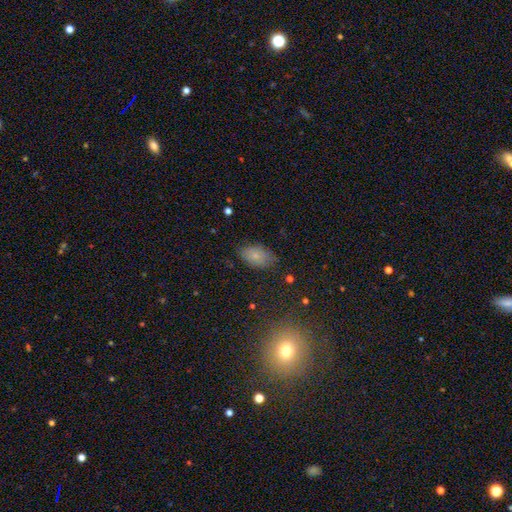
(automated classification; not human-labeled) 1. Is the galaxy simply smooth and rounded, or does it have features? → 76% smooth, 13% featured or disk, 11% star or artifact.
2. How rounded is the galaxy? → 90% in between, 8% round, 2% cigar-shaped.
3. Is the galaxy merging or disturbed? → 72% none, 21% minor disturbance, 5% major disturbance, 1% merger.